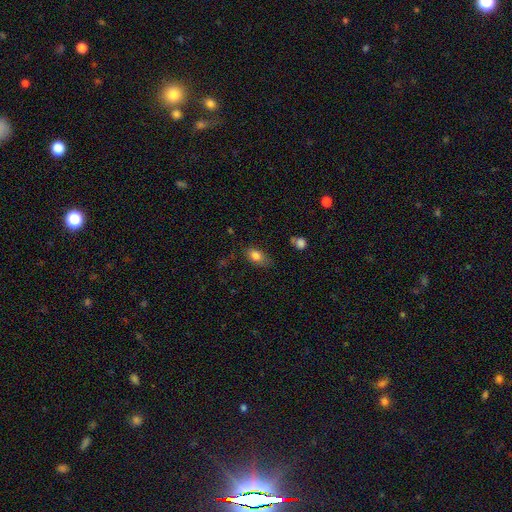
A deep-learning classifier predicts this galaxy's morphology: The model was most divided on "merging": none: 71%, minor disturbance: 21%, major disturbance: 5%, merger: 2%. More confident: how rounded — in between (86%); smooth or featured — smooth (81%).